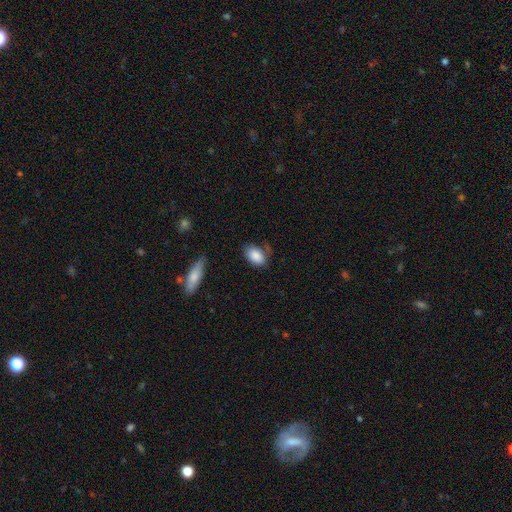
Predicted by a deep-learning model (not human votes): This appears to be a smooth galaxy with no disk features (86%) that is in between round and cigar-shaped (89%). Merging: none (61%).